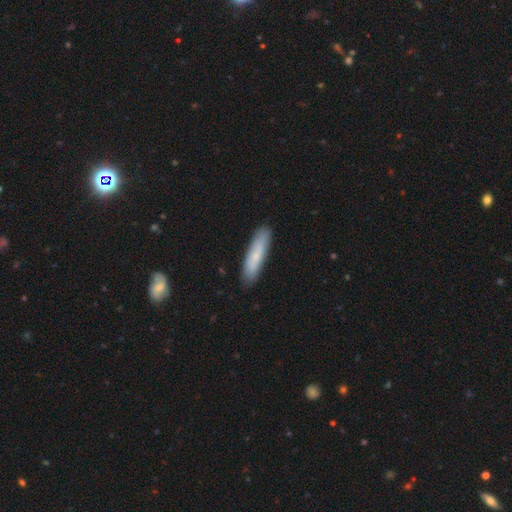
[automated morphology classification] type=smooth (70%); roundness=cigar-shaped (79%); merging=none (87%).